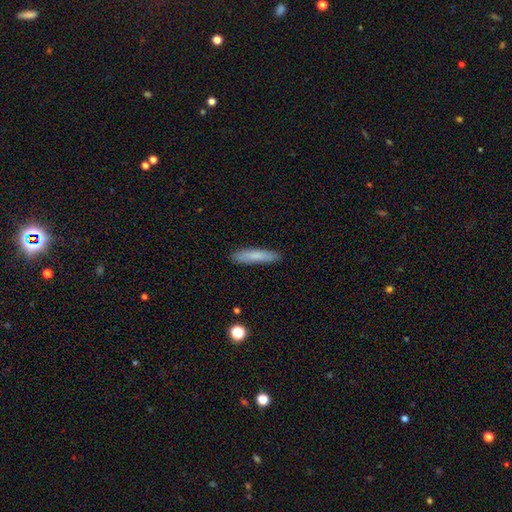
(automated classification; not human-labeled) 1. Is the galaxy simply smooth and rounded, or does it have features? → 81% smooth, 13% featured or disk, 7% star or artifact.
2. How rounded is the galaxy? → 87% cigar-shaped, 12% in between, 1% round.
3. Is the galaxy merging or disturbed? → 89% none, 8% minor disturbance, 2% major disturbance, 1% merger.